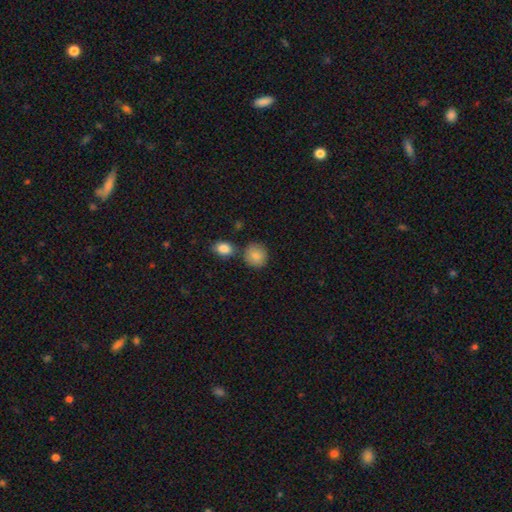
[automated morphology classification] Smooth or featured? Predicted: smooth (p=0.86). How rounded? Predicted: round (p=0.81). Merging? Predicted: none (p=0.75).